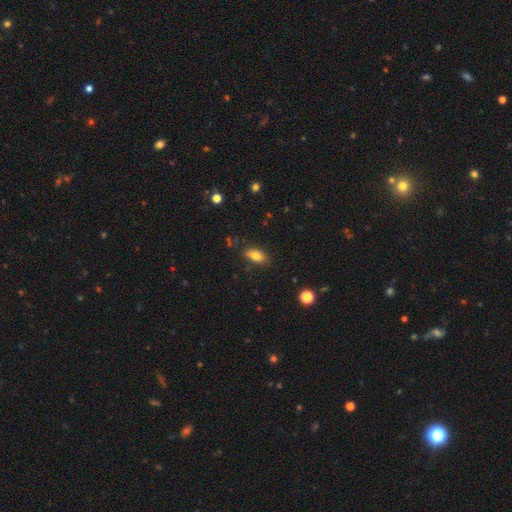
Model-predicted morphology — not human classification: A smooth galaxy with no disk features (81%) that is in between round and cigar-shaped (86%).

Vote fractions:
- Smooth or featured? smooth: 81% / featured or disk: 10% / star or artifact: 9%
- How rounded? in between: 86% / cigar-shaped: 9% / round: 6%
- Merging? none: 82% / minor disturbance: 13% / major disturbance: 3% / merger: 2%